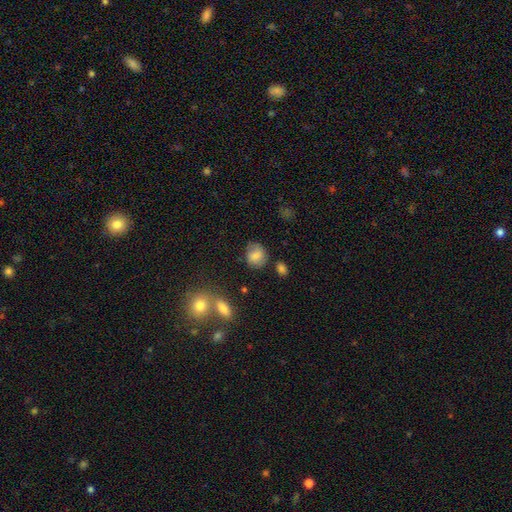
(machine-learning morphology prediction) Smooth or featured: smooth — 79% (featured or disk — 11%)
How rounded: round — 69% (in between — 30%)
Merging: none — 71% (minor disturbance — 19%)